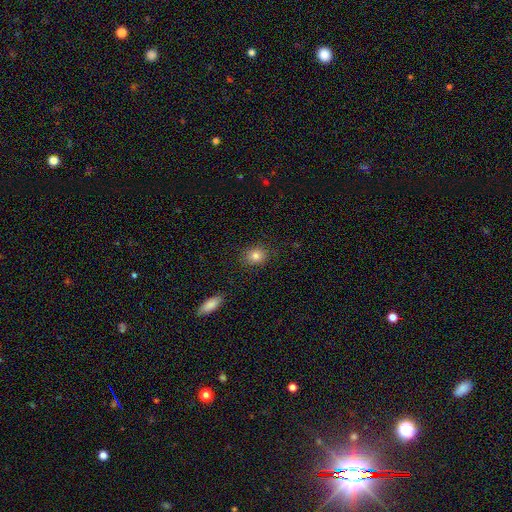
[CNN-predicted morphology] A smooth galaxy with no disk features (82%) that is round (66%).

Vote fractions:
- Smooth or featured? smooth: 82% / star or artifact: 11% / featured or disk: 7%
- How rounded? round: 66% / in between: 32% / cigar-shaped: 1%
- Merging? none: 84% / minor disturbance: 11% / major disturbance: 3% / merger: 1%